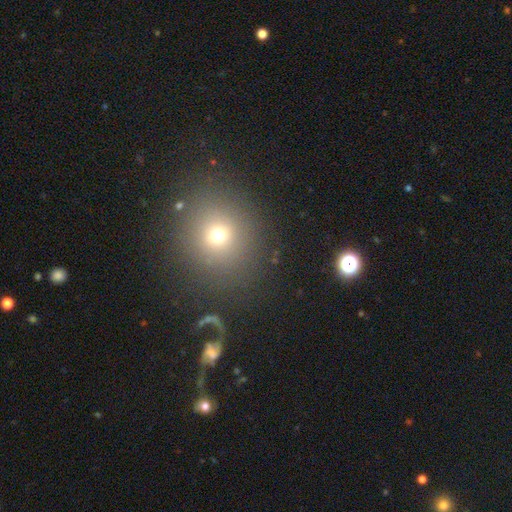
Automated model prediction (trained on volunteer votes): smooth 60%, star or artifact 29%, featured or disk 10%. Down the decision tree: how rounded — round (84%); merging — none (87%).